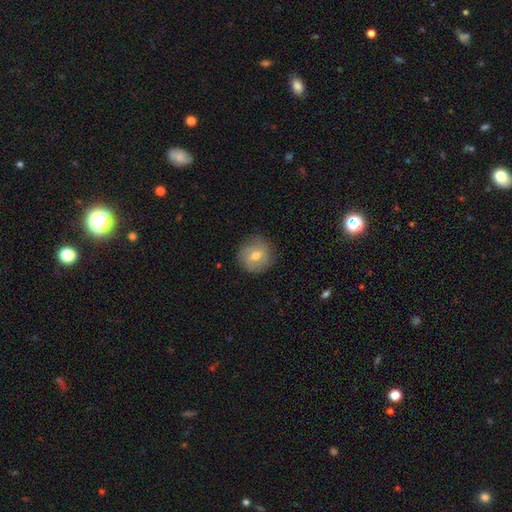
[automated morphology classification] A smooth galaxy with no disk features (66%) that is round (91%). Merging: none (84%).